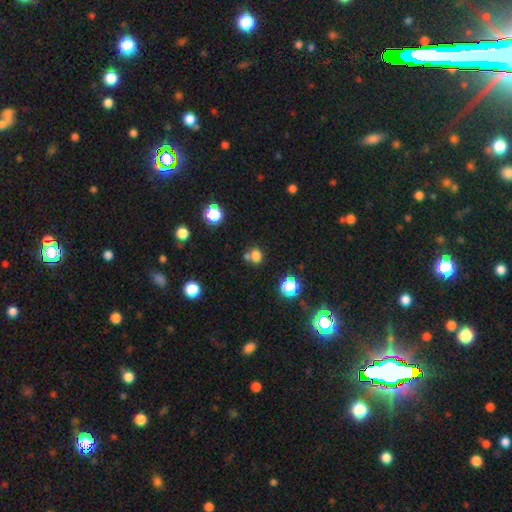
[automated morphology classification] Smooth or featured? Predicted: smooth (p=0.74). How rounded? Predicted: round (p=0.64). Merging? Predicted: none (p=0.56).